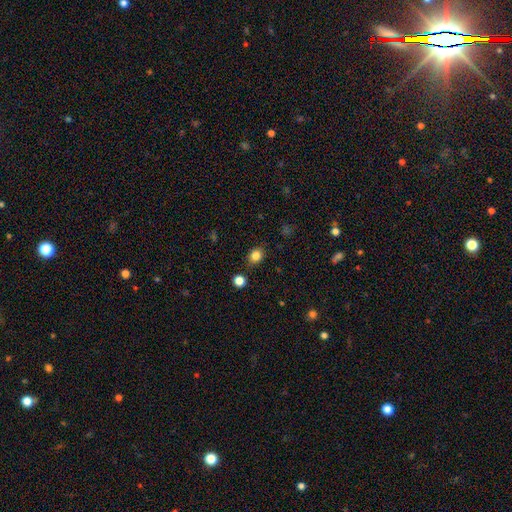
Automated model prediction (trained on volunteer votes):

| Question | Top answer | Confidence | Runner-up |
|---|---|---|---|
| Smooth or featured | smooth | 83% | star or artifact (12%) |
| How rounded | round | 61% | in between (38%) |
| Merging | none | 85% | minor disturbance (10%) |